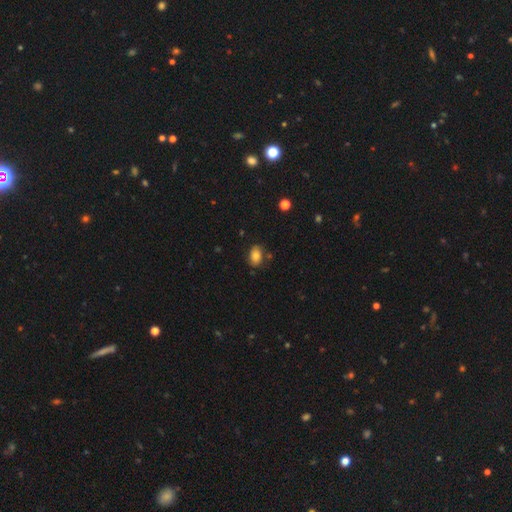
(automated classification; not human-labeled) A smooth galaxy with no disk features (77%) that is in between round and cigar-shaped (84%).

Vote fractions:
- Smooth or featured? smooth: 77% / featured or disk: 13% / star or artifact: 10%
- How rounded? in between: 84% / round: 15% / cigar-shaped: 1%
- Merging? none: 74% / minor disturbance: 18% / major disturbance: 4% / merger: 3%